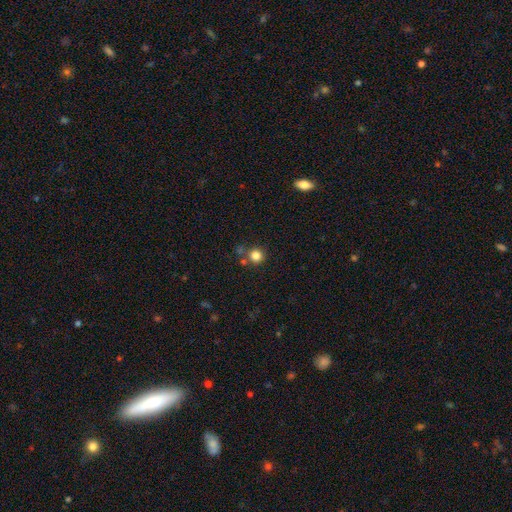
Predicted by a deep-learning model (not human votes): smooth_or_featured: smooth (p=0.83) [alt: star or artifact p=0.12]
how_rounded: round (p=0.92) [alt: in between p=0.07]
merging: none (p=0.72) [alt: merger p=0.14]